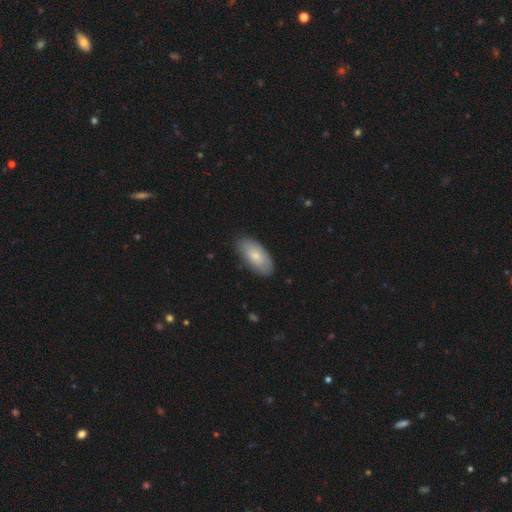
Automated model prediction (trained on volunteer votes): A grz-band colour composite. It shows a smooth galaxy with no disk features (76%) that is in between round and cigar-shaped (92%). Merging: none (81%).